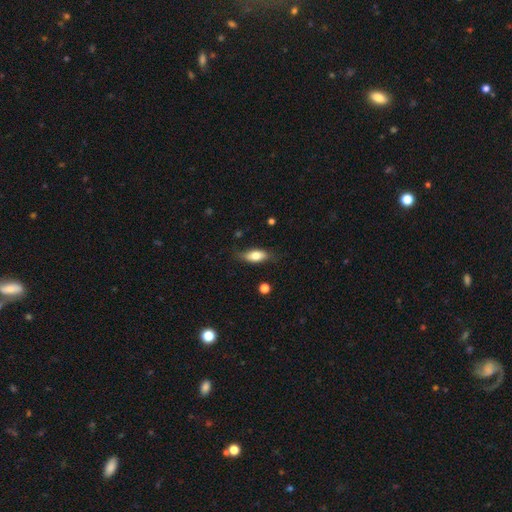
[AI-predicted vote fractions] Smooth or featured? smooth (72%)
How rounded? in between (81%)
Merging? none (71%)